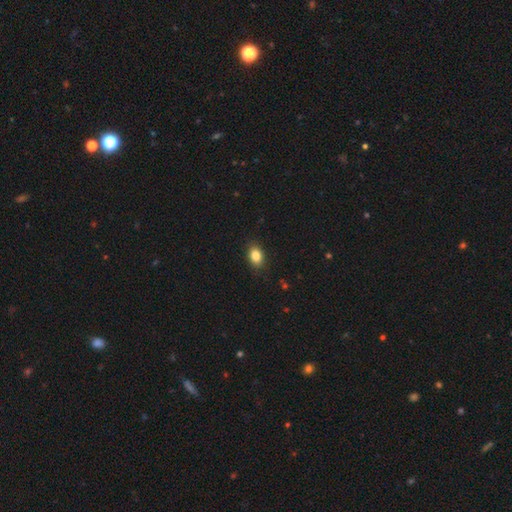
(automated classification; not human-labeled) Morphology: type=smooth (85%); roundness=in between (78%); merging=none (87%).